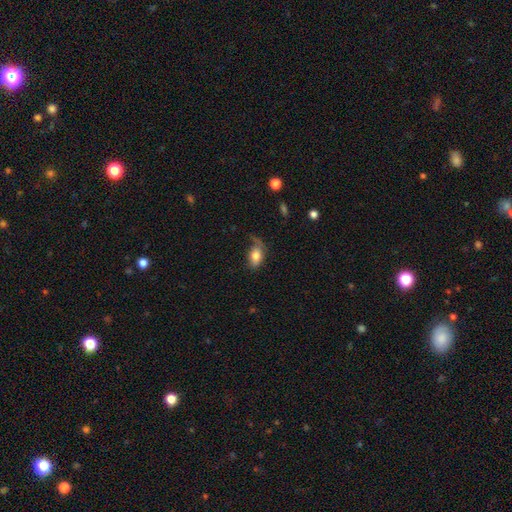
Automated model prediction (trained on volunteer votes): Overall: smooth (76%). How rounded: in between (87%). Merging: none (42%; minor disturbance 31%).